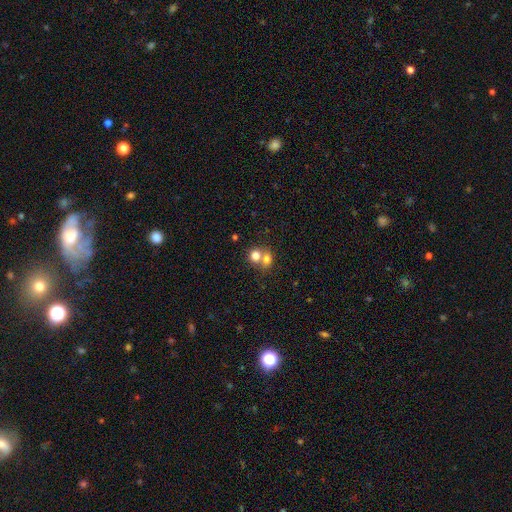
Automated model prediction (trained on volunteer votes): smooth-or-featured: smooth: 75% | featured or disk: 14% | star or artifact: 11%
  how-rounded: round: 70% | in between: 29% | cigar-shaped: 1%
  merging: merger: 61% | none: 31% | minor disturbance: 5% | major disturbance: 3%